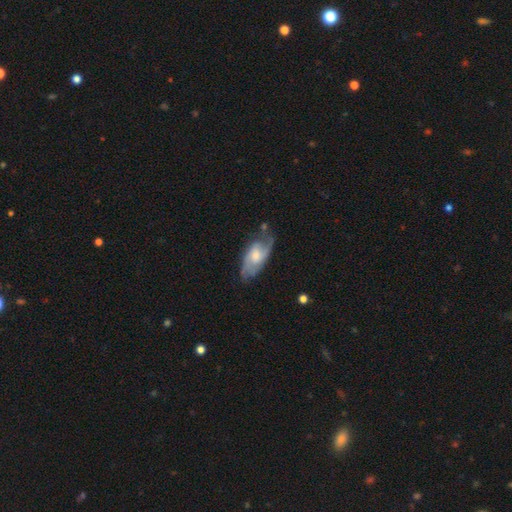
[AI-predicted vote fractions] smooth-or-featured: featured or disk: 66% | smooth: 28% | star or artifact: 6%
  disk-edge-on: no: 93% | yes: 7%
    bar: no: 61% | weak: 34% | strong: 5%
    has-spiral-arms: yes: 88% | no: 12%
      spiral-winding: medium: 45% | loose: 32% | tight: 24%
      spiral-arm-count: 2: 59% | can't tell: 20% | 1: 11% | 3: 7% | 4: 2% | more than 4: 2%
    bulge-size: moderate: 50% | small: 30% | large: 12% | none: 6% | dominant: 2%
  merging: none: 55% | minor disturbance: 28% | major disturbance: 14% | merger: 3%